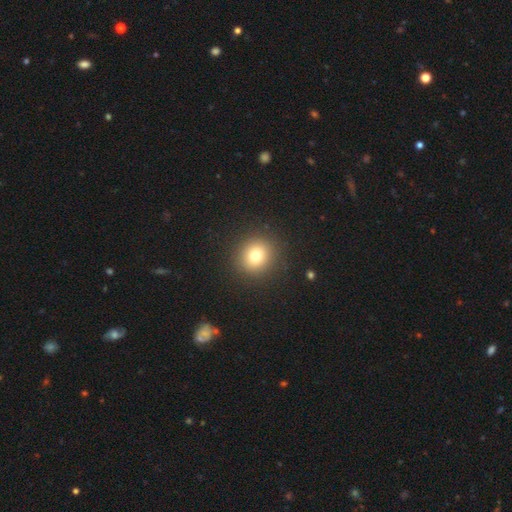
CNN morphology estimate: A smooth galaxy with no disk features (76%) that is round (88%).

Vote fractions:
- Smooth or featured? smooth: 76% / star or artifact: 14% / featured or disk: 10%
- How rounded? round: 88% / in between: 11% / cigar-shaped: 1%
- Merging? none: 91% / minor disturbance: 6% / major disturbance: 3% / merger: 1%